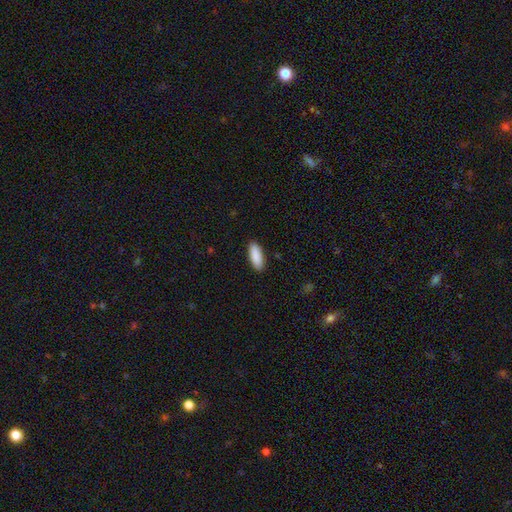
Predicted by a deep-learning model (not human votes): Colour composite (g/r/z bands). It shows a smooth galaxy with no disk features (91%) that is in between round and cigar-shaped (77%). Merging: none (90%).